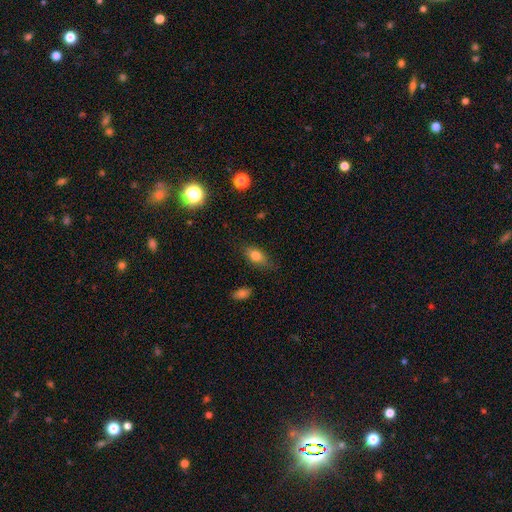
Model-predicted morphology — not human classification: Smooth or featured?
  - smooth: 78% *
  - featured or disk: 13%
  - star or artifact: 9%
How rounded?
  - in between: 83% *
  - cigar-shaped: 9%
  - round: 8%
Merging?
  - none: 77% *
  - minor disturbance: 18%
  - major disturbance: 4%
  - merger: 2%